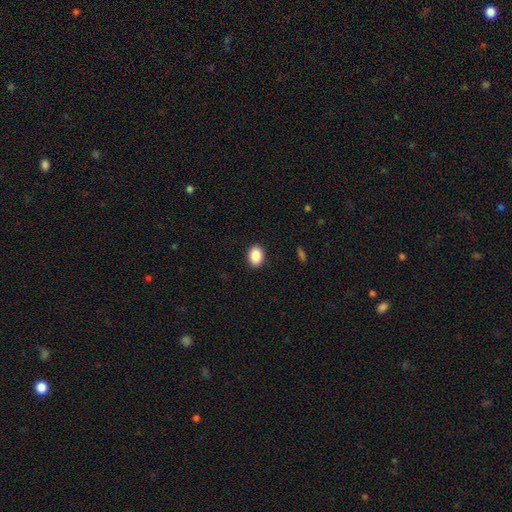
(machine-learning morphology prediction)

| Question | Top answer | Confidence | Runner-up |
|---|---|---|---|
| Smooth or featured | smooth | 88% | star or artifact (8%) |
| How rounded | in between | 75% | round (24%) |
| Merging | none | 90% | minor disturbance (7%) |